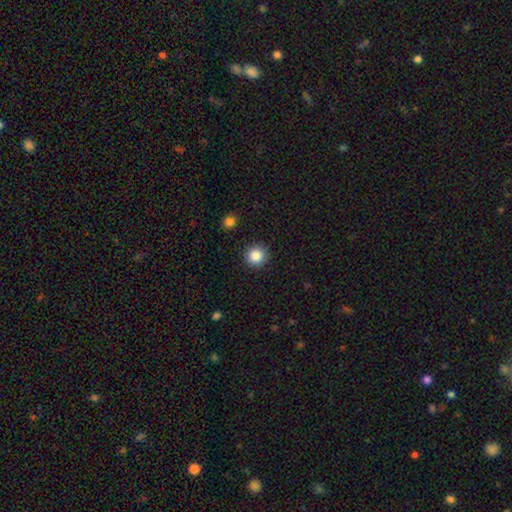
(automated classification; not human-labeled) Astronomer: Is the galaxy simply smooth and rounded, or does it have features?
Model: smooth — 86%.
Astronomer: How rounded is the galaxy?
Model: round — 95%.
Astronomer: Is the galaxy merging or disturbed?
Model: none — 92%.